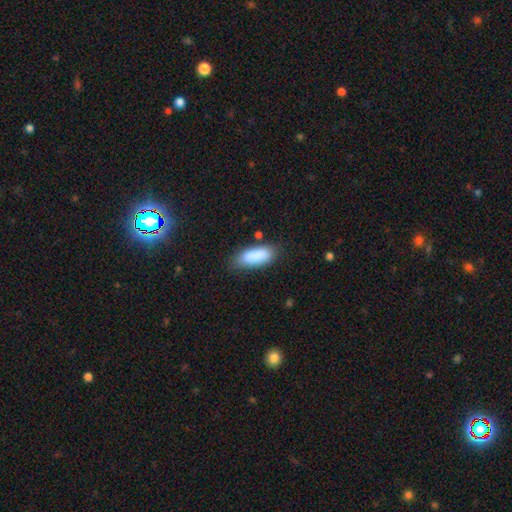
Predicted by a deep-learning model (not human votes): smooth 87%, star or artifact 7%, featured or disk 6%. Down the decision tree: how rounded — in between (75%); merging — none (75%).